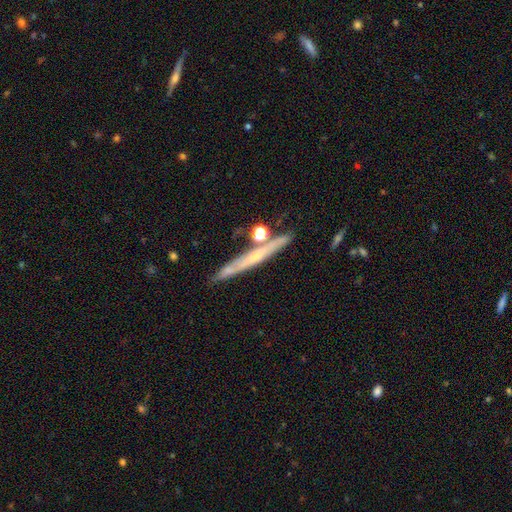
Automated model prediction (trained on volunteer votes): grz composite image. It shows a featured or disk galaxy (56%) viewed edge-on (91%) with no central bulge (60%). Merging: none (75%).